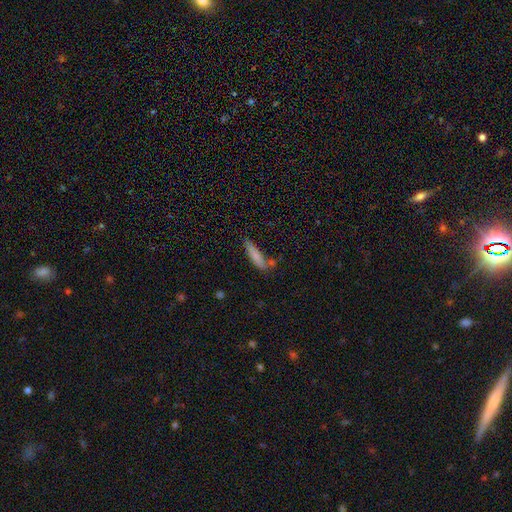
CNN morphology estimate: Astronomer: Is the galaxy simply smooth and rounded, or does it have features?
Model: smooth — 78%.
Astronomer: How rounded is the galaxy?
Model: cigar-shaped — 77%.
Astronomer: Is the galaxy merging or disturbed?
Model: none — 62%.